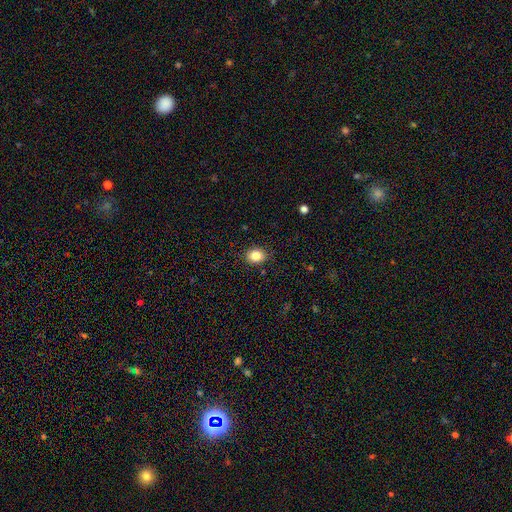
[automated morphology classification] The model was most divided on "how rounded": round: 50%, in between: 49%, cigar-shaped: 1%. More confident: merging — none (87%); smooth or featured — smooth (84%).